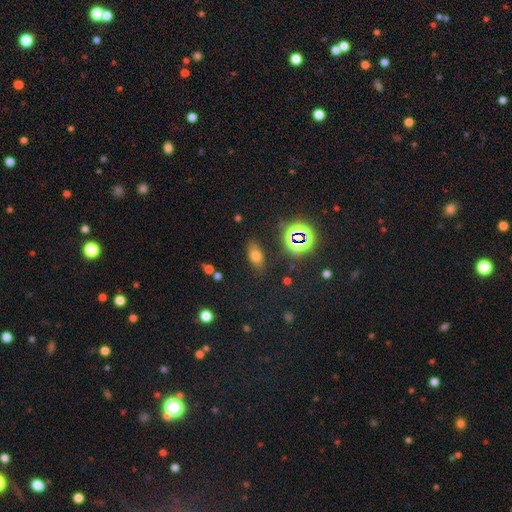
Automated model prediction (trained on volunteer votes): Overall: smooth (64%). How rounded: in between (82%). Merging: none (81%).